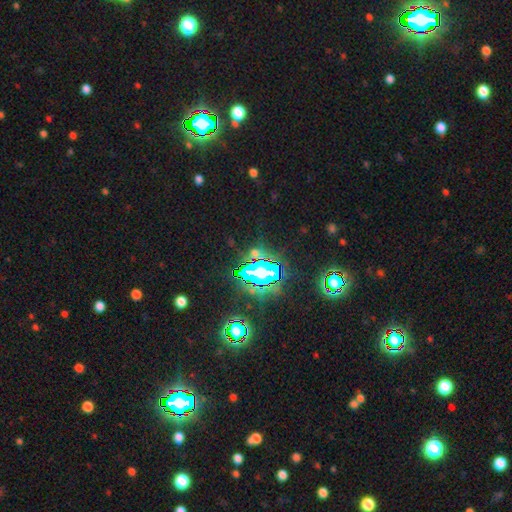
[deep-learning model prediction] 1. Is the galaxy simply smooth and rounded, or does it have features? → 76% star or artifact, 14% smooth, 9% featured or disk.